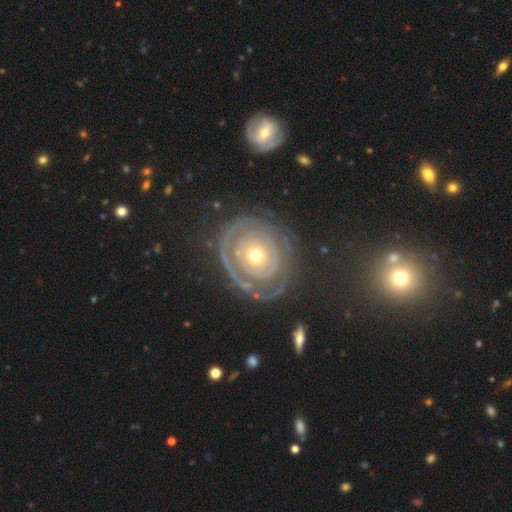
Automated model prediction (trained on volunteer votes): Morphology: type=featured or disk (77%); edge-on=no (96%); bar=no (88%); spiral arms=yes (68%); bulge=moderate (47%, tied with small); merging=none (67%).